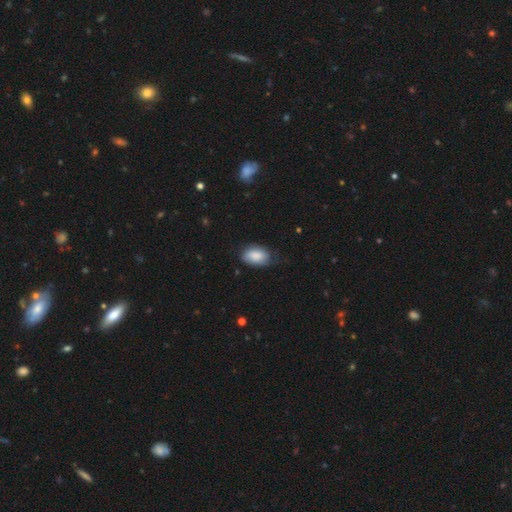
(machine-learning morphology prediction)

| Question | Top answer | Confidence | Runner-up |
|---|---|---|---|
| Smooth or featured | smooth | 82% | featured or disk (12%) |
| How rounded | in between | 91% | round (7%) |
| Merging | none | 58% | minor disturbance (32%) |